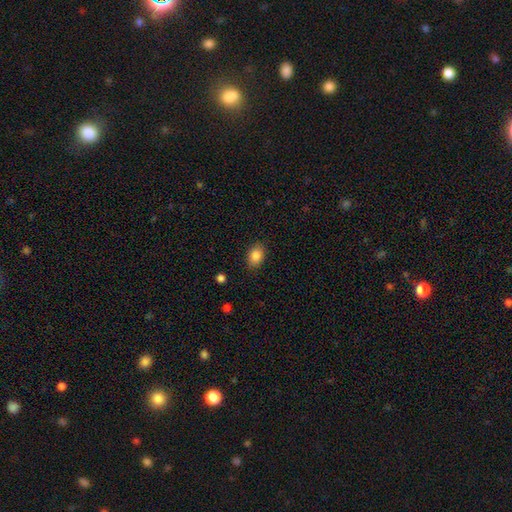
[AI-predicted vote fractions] Smooth or featured: smooth — 86% (star or artifact — 9%)
How rounded: in between — 75% (round — 24%)
Merging: none — 87% (minor disturbance — 10%)